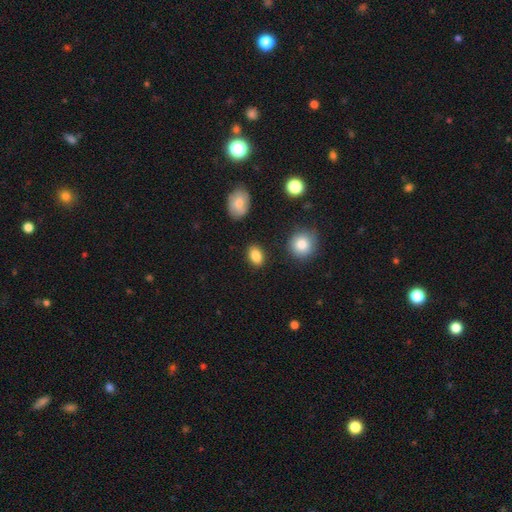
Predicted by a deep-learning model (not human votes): smooth 87%, star or artifact 8%, featured or disk 5%. Down the decision tree: how rounded — in between (84%); merging — none (86%).